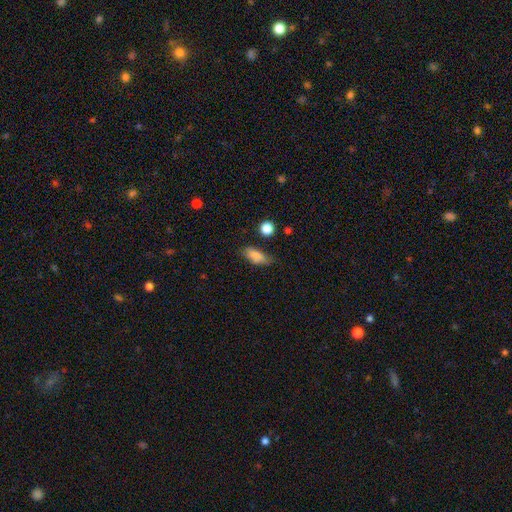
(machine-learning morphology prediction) smooth_or_featured: smooth (p=0.82) [alt: featured or disk p=0.09]
how_rounded: in between (p=0.77) [alt: cigar-shaped p=0.18]
merging: none (p=0.71) [alt: minor disturbance p=0.22]